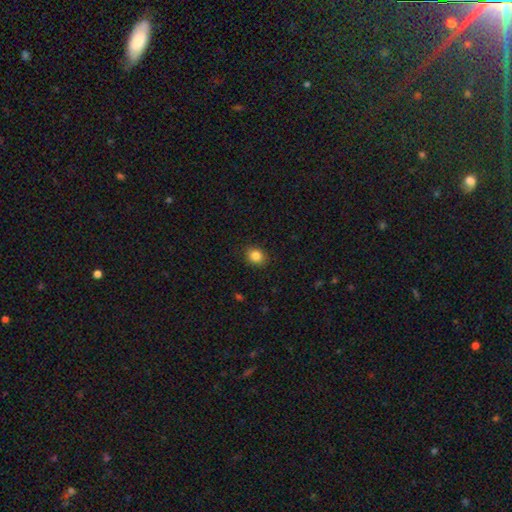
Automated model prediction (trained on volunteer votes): This is clearly a smooth galaxy (84%). How rounded: likely round (61%). Merging: clearly none (88%).